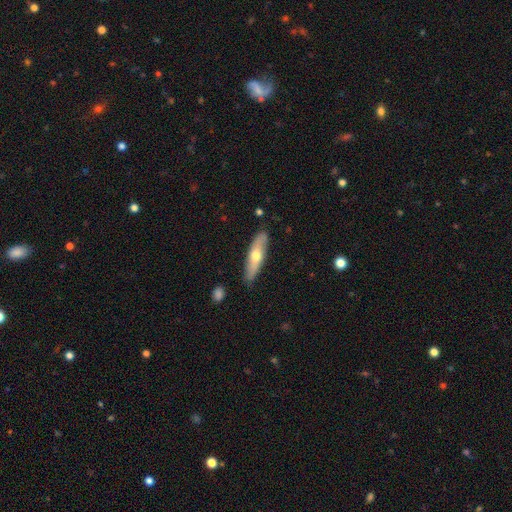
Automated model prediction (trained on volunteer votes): A smooth galaxy with no disk features (52%) that is cigar-shaped (67%). Merging: none (83%).